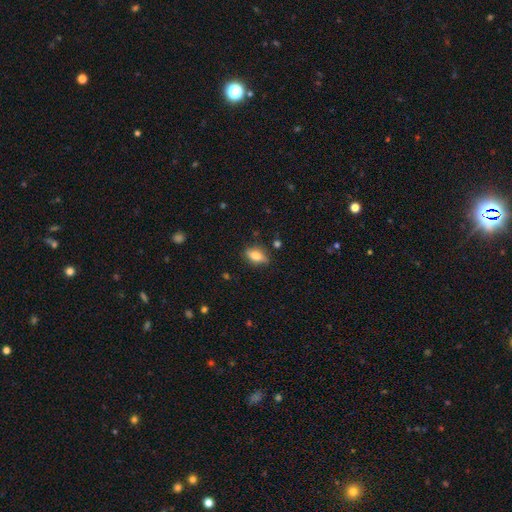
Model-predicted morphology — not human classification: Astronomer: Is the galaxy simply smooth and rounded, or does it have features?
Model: smooth — 74%.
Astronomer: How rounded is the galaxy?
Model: in between — 84%.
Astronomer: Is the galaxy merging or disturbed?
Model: none — 77%.